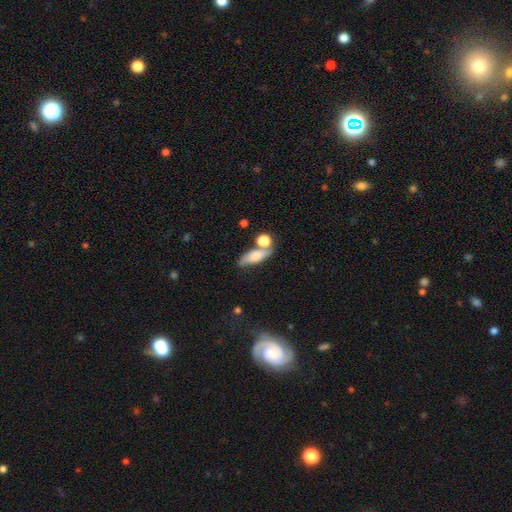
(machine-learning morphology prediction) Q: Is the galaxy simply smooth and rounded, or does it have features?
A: smooth — 66%.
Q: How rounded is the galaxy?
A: in between — 56%.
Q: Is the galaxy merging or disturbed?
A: none — 55%.